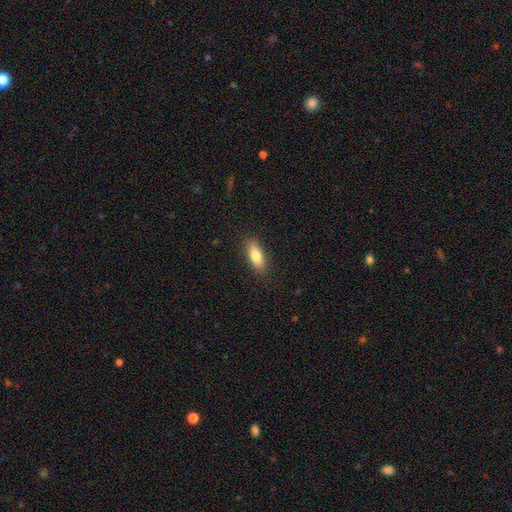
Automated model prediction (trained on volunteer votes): Smooth or featured? Predicted: smooth (p=0.80). How rounded? Predicted: in between (p=0.68). Merging? Predicted: none (p=0.86).